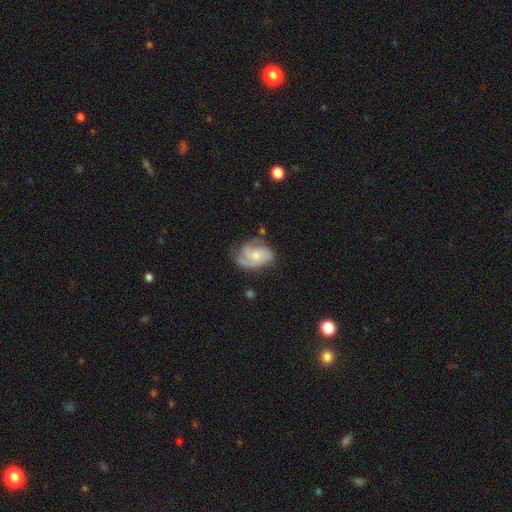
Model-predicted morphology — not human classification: Smooth or featured? Predicted: featured or disk (p=0.66). Edge-on disk? Predicted: no (p=0.97). Bar? Predicted: no (p=0.75). Spiral arms? Predicted: yes (p=0.88). Spiral winding? Predicted: medium (p=0.43). Spiral arm count? Predicted: 3 (p=0.35). Bulge size? Predicted: small (p=0.49). Merging? Predicted: none (p=0.50).